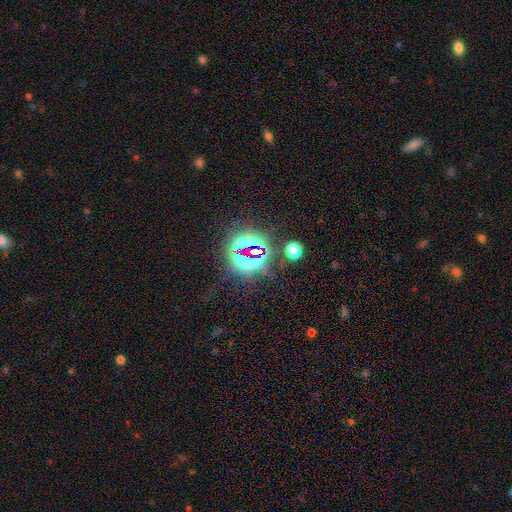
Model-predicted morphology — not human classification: The model was most divided on "smooth or featured": star or artifact: 80%, smooth: 12%, featured or disk: 8%.